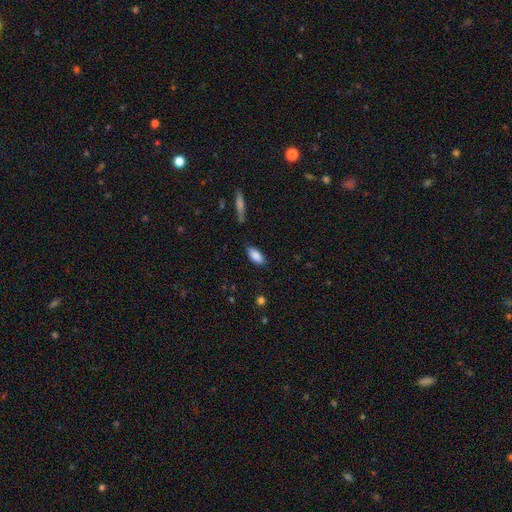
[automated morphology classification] A smooth galaxy with no disk features (87%) that is in between round and cigar-shaped (85%). Merging: none (82%).